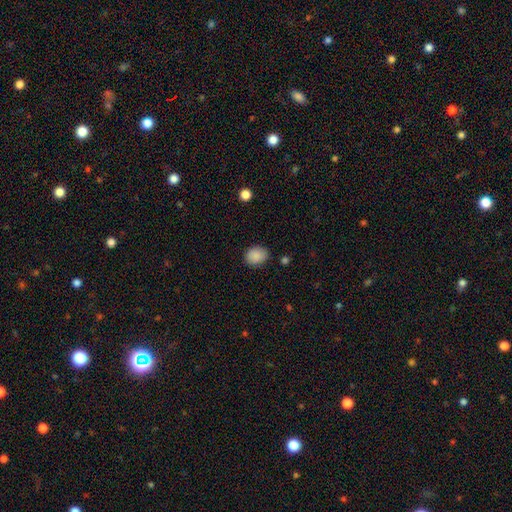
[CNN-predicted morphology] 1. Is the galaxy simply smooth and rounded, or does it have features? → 88% smooth, 8% star or artifact, 4% featured or disk.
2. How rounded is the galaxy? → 54% in between, 45% round, 1% cigar-shaped.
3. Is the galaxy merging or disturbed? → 84% none, 12% minor disturbance, 3% major disturbance, 2% merger.